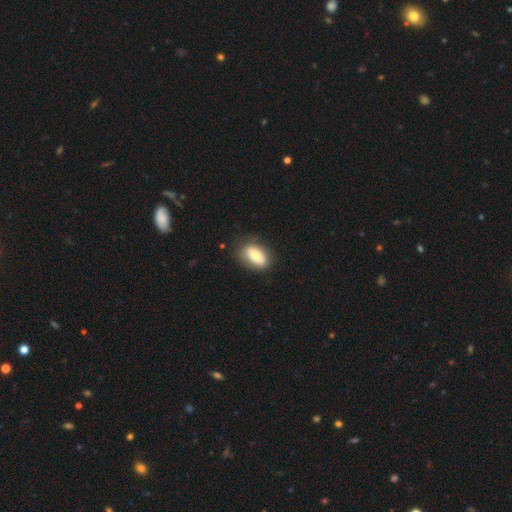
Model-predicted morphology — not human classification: A smooth galaxy with no disk features (76%) that is in between round and cigar-shaped (89%).

Vote fractions:
- Smooth or featured? smooth: 76% / featured or disk: 17% / star or artifact: 7%
- How rounded? in between: 89% / round: 7% / cigar-shaped: 4%
- Merging? none: 77% / minor disturbance: 17% / major disturbance: 4% / merger: 1%